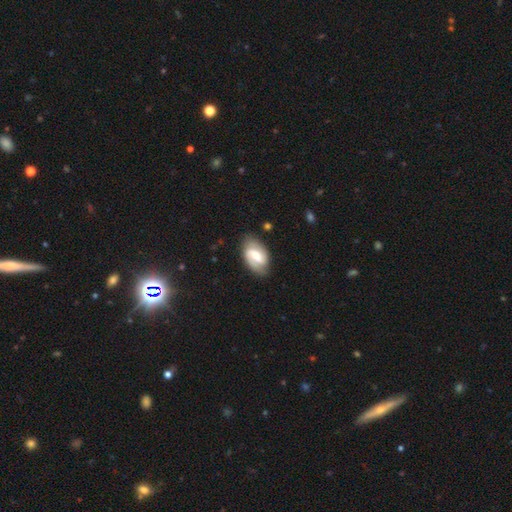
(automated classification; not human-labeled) This appears to be a featured or disk galaxy (71%) with a weak bar (49%), 2 (82%) medium (44%) spiral arms (88%) and a moderate central bulge (53%). Merging: none (78%).